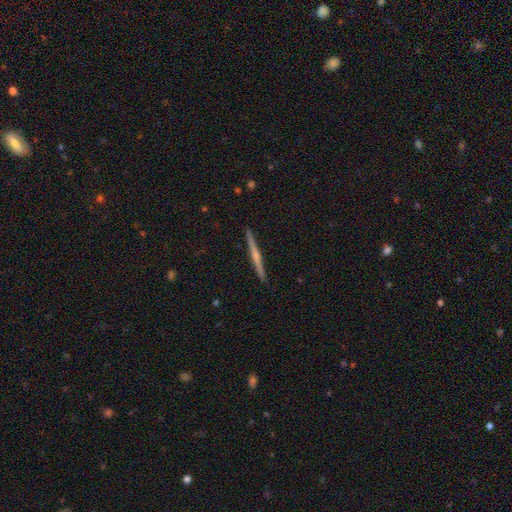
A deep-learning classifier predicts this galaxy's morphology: type=featured or disk (66%); edge-on=yes (98%); edge-on bulge=rounded (56%); merging=none (93%).